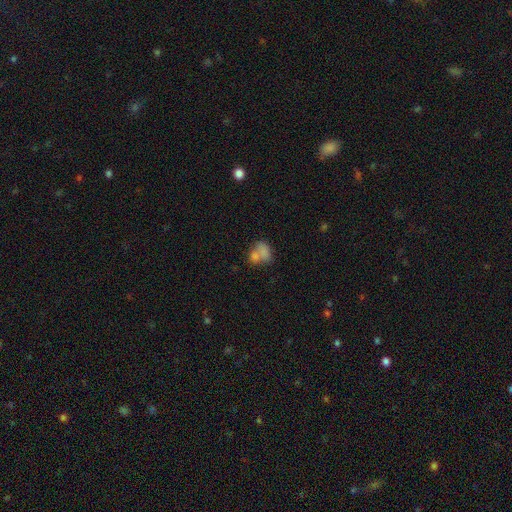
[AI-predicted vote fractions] This is likely a smooth galaxy (62%). How rounded: possibly in between (52%). Merging: marginally merger (42%).